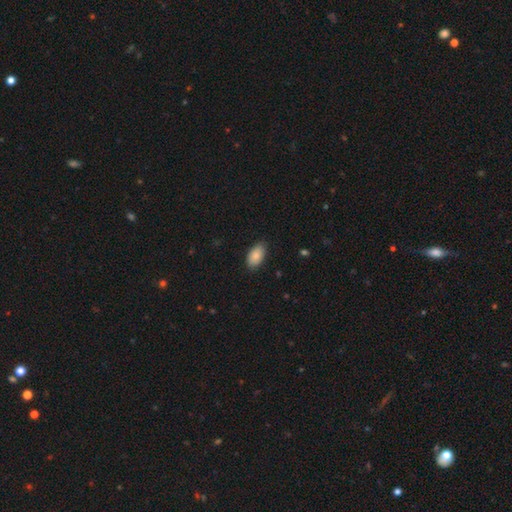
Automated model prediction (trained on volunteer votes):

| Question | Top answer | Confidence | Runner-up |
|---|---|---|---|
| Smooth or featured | smooth | 83% | featured or disk (10%) |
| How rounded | in between | 94% | round (4%) |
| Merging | none | 82% | minor disturbance (15%) |